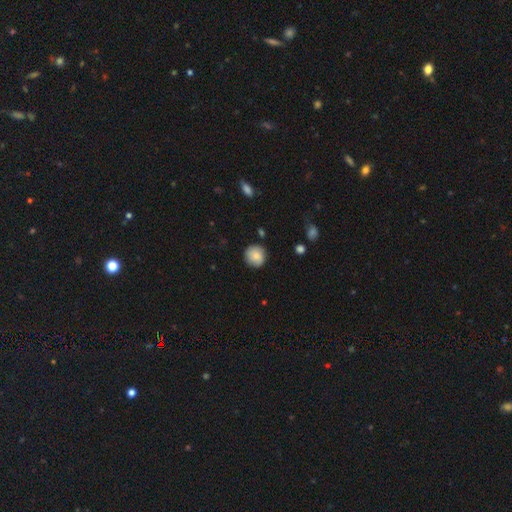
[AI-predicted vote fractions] Overall: smooth (80%). How rounded: round (92%). Merging: none (85%).